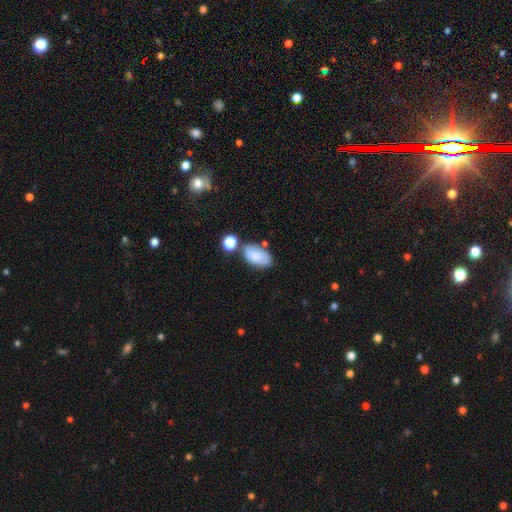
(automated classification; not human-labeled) Smooth or featured? Predicted: smooth (p=0.79). How rounded? Predicted: in between (p=0.94). Merging? Predicted: none (p=0.59).